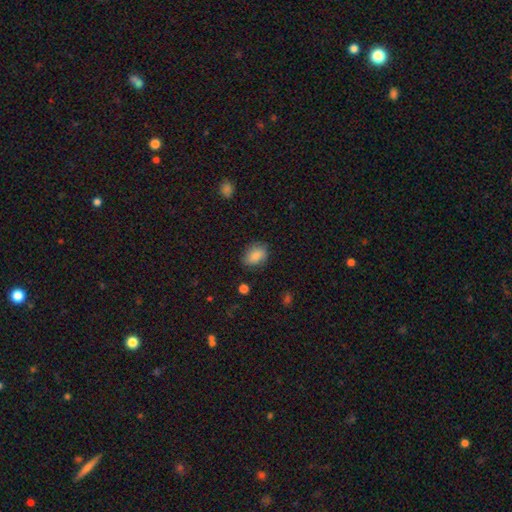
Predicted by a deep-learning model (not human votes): Overall: smooth (83%). How rounded: in between (74%). Merging: none (77%).